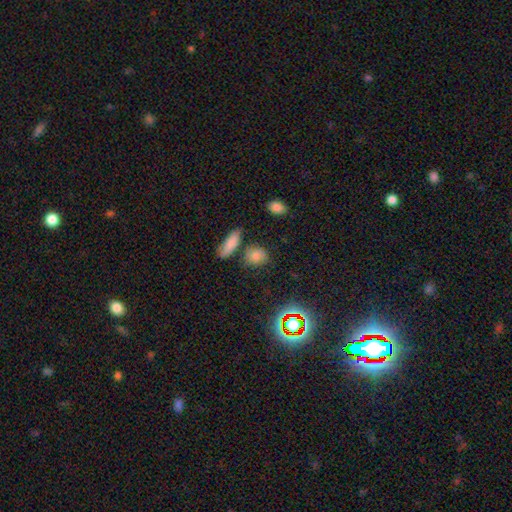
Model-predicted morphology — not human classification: Q: Smooth or featured?
A: smooth (78%); runner-up: star or artifact (15%)
Q: How rounded?
A: round (58%); runner-up: in between (38%)
Q: Merging?
A: none (73%); runner-up: minor disturbance (14%)